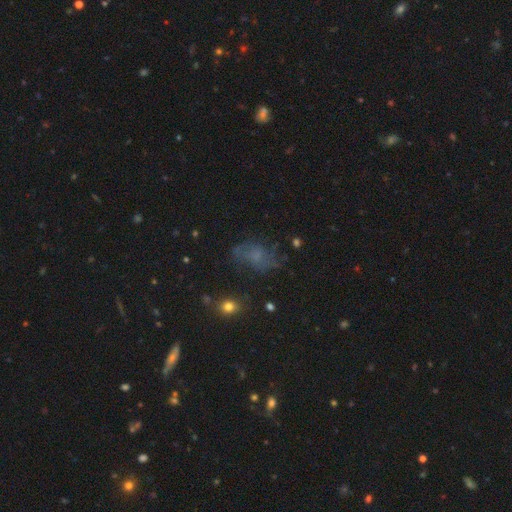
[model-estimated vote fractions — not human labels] This is marginally a featured or disk galaxy (38%, tied with smooth). Merging: possibly none (54%).